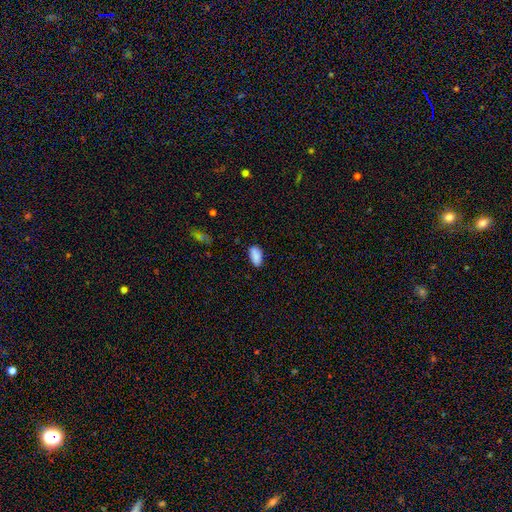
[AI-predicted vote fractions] Q: Smooth or featured?
A: smooth (88%); runner-up: star or artifact (7%)
Q: How rounded?
A: in between (92%); runner-up: cigar-shaped (5%)
Q: Merging?
A: none (79%); runner-up: minor disturbance (16%)